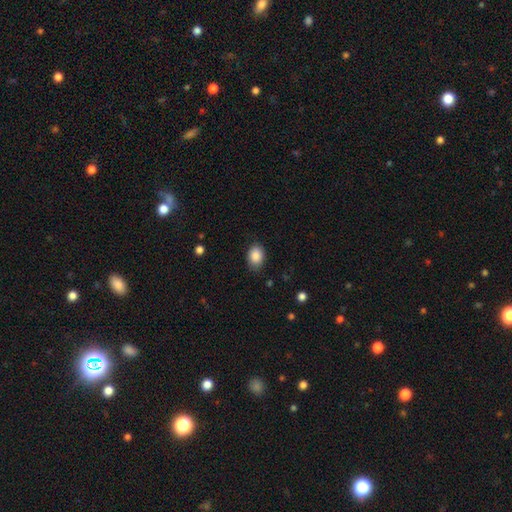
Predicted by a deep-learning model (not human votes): Smooth or featured? smooth (88%)
How rounded? in between (76%)
Merging? none (82%)